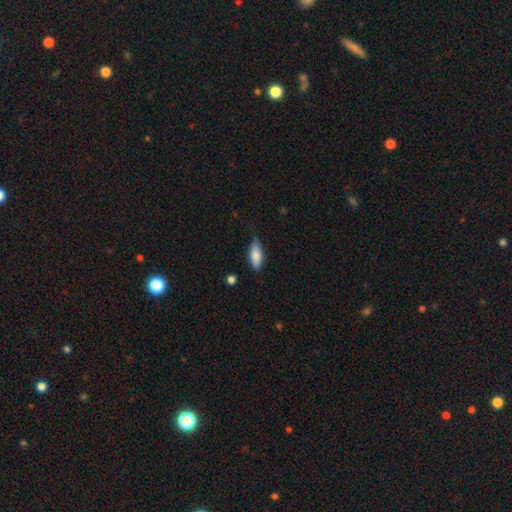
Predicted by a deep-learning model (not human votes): The model was most divided on "merging": none: 72%, minor disturbance: 23%, major disturbance: 4%, merger: 2%. More confident: smooth or featured — smooth (80%); how rounded — in between (74%).